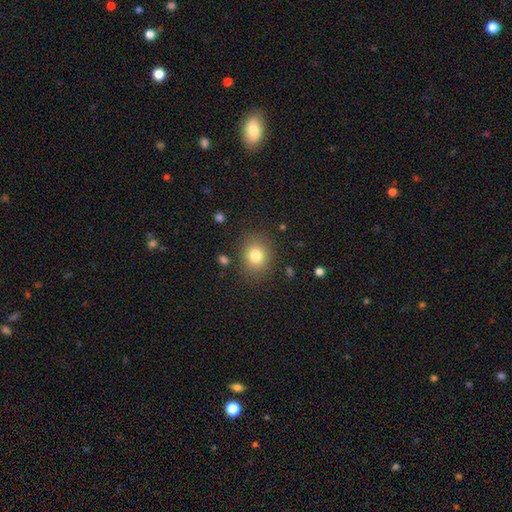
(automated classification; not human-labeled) Overall: smooth (80%). How rounded: round (62%; in between 37%). Merging: none (83%).